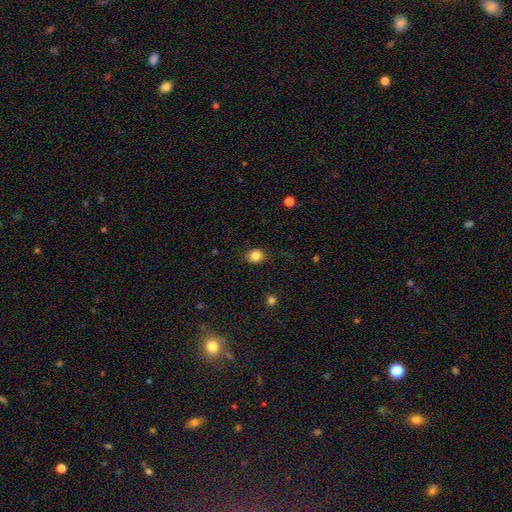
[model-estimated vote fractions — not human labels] The model was most divided on "how rounded": round: 62%, in between: 37%, cigar-shaped: 1%. More confident: merging — none (84%); smooth or featured — smooth (84%).